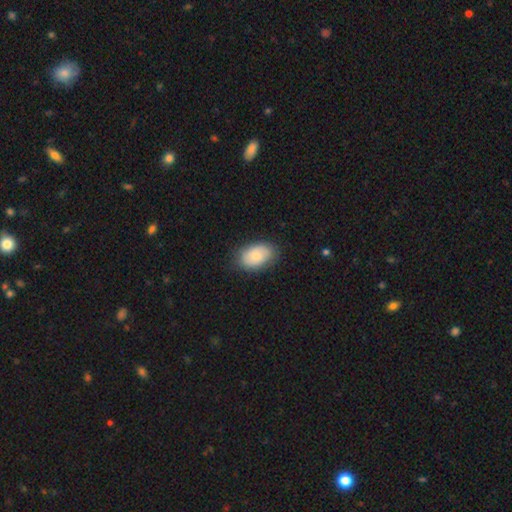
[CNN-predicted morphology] smooth-or-featured: smooth: 75% | featured or disk: 18% | star or artifact: 6%
  how-rounded: in between: 89% | round: 10% | cigar-shaped: 1%
  merging: none: 82% | minor disturbance: 14% | major disturbance: 3% | merger: 1%